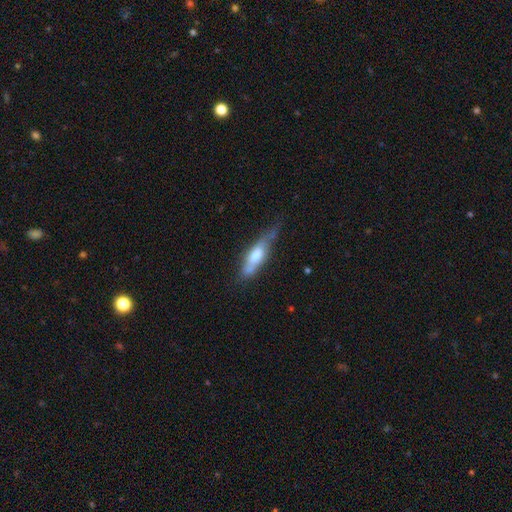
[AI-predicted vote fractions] This appears to be a smooth galaxy with no disk features (49%). Merging: none (44%).